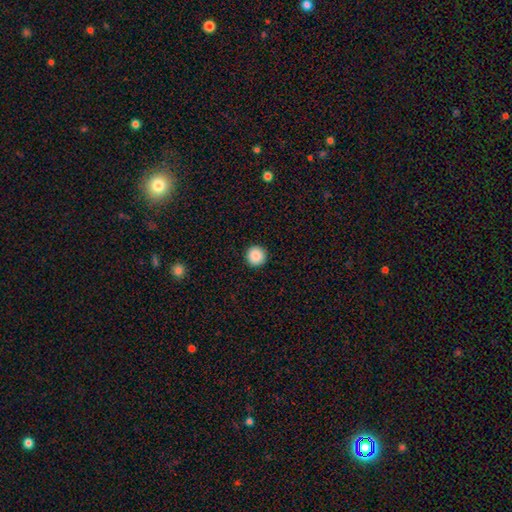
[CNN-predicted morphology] Smooth or featured: smooth — 88% (star or artifact — 9%)
How rounded: round — 96% (in between — 3%)
Merging: none — 94% (minor disturbance — 4%)